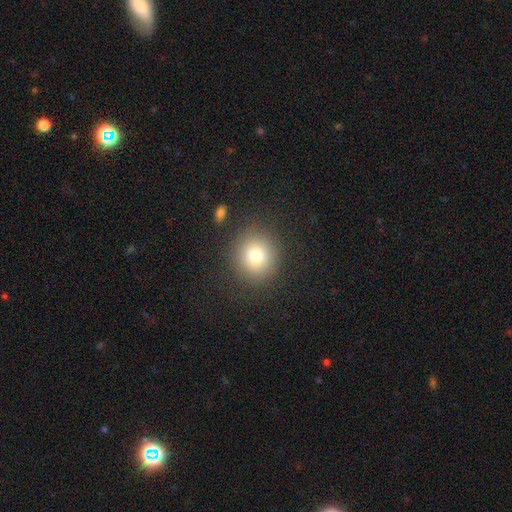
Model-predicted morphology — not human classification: smooth_or_featured: smooth (p=0.77) [alt: star or artifact p=0.13]
how_rounded: round (p=0.92) [alt: in between p=0.08]
merging: none (p=0.87) [alt: minor disturbance p=0.07]